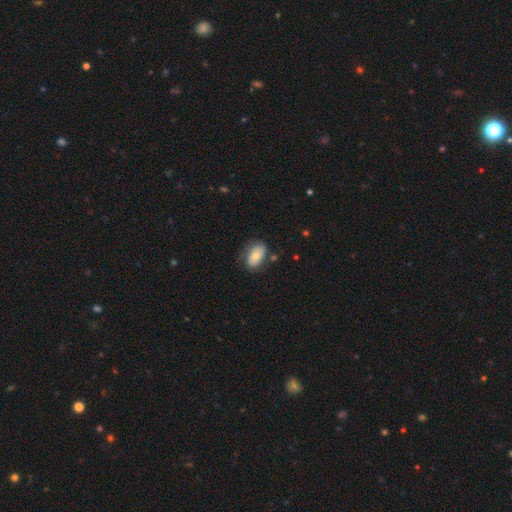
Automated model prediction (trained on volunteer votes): Smooth or featured?
  - smooth: 70% *
  - featured or disk: 23%
  - star or artifact: 7%
How rounded?
  - in between: 91% *
  - round: 7%
  - cigar-shaped: 2%
Merging?
  - none: 64% *
  - minor disturbance: 24%
  - major disturbance: 8%
  - merger: 3%